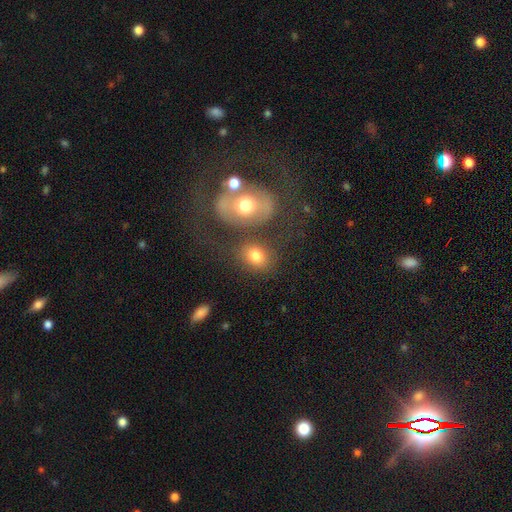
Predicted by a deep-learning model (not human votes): smooth-or-featured: smooth: 75% | featured or disk: 14% | star or artifact: 11%
  how-rounded: in between: 57% | round: 41% | cigar-shaped: 1%
  merging: none: 62% | merger: 19% | minor disturbance: 13% | major disturbance: 6%